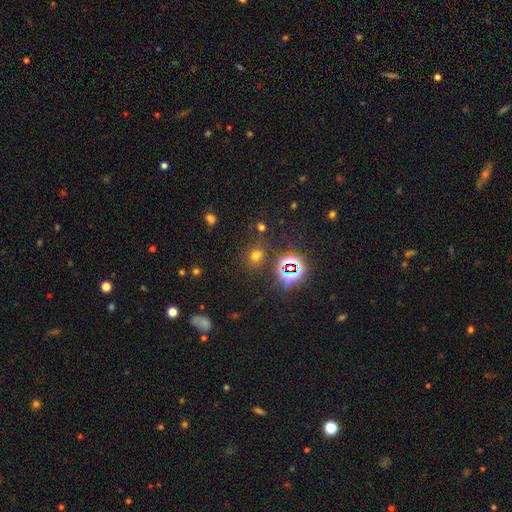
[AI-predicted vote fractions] A smooth galaxy with no disk features (52%) that is round (60%). Merging: none (77%).